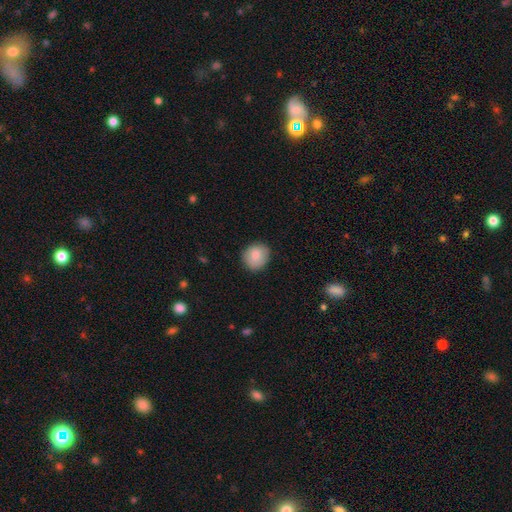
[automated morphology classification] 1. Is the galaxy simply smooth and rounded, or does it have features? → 85% smooth, 7% featured or disk, 7% star or artifact.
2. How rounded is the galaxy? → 79% round, 21% in between, 1% cigar-shaped.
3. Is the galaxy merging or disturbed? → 84% none, 13% minor disturbance, 2% major disturbance, 1% merger.